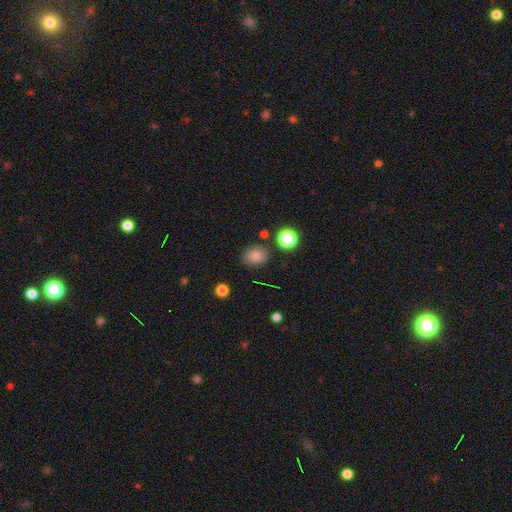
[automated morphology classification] A smooth galaxy with no disk features (79%) that is round (57%).

Vote fractions:
- Smooth or featured? smooth: 79% / star or artifact: 13% / featured or disk: 8%
- How rounded? round: 57% / in between: 42% / cigar-shaped: 1%
- Merging? none: 79% / minor disturbance: 14% / major disturbance: 4% / merger: 3%